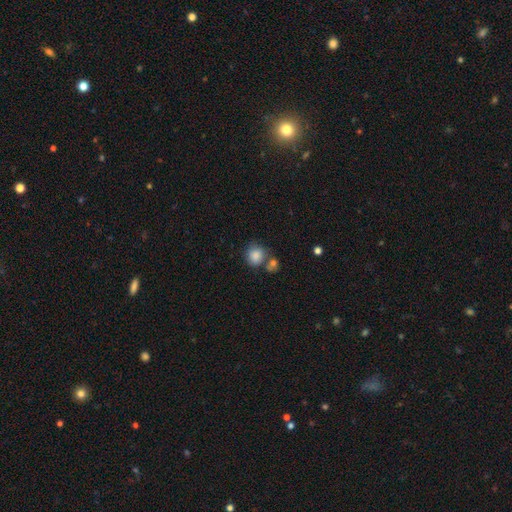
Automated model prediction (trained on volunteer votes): Overall: smooth (85%). How rounded: round (79%). Merging: none (55%; merger 25%).